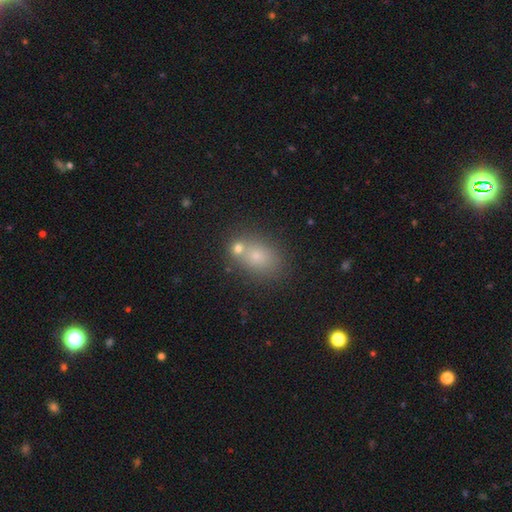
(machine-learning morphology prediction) A smooth galaxy with no disk features (70%) that is in between round and cigar-shaped (63%). Merging: none (57%).